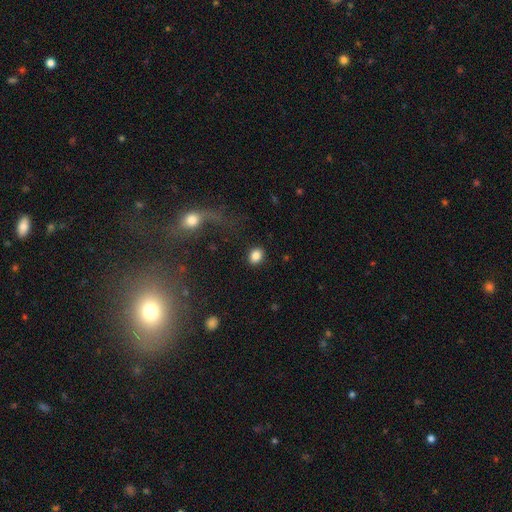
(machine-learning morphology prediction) Overall: smooth (85%). How rounded: in between (51%; round 48%). Merging: none (88%).